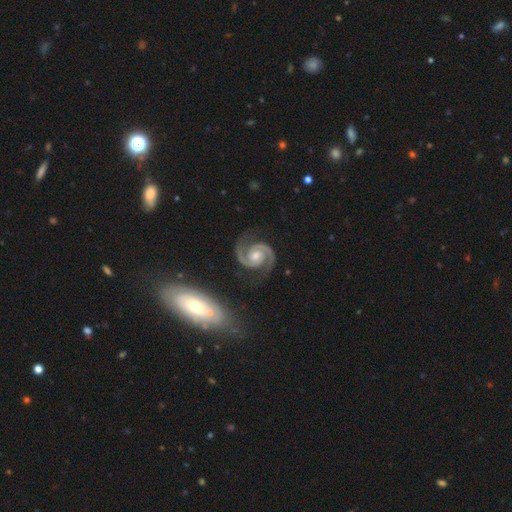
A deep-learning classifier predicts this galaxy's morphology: Smooth or featured? featured or disk (94%)
Edge-on disk? no (98%)
Bar? no (59%)
Spiral arms? yes (99%)
Spiral winding? medium (52%)
Spiral arm count? 2 (95%)
Bulge size? moderate (64%)
Merging? none (83%)